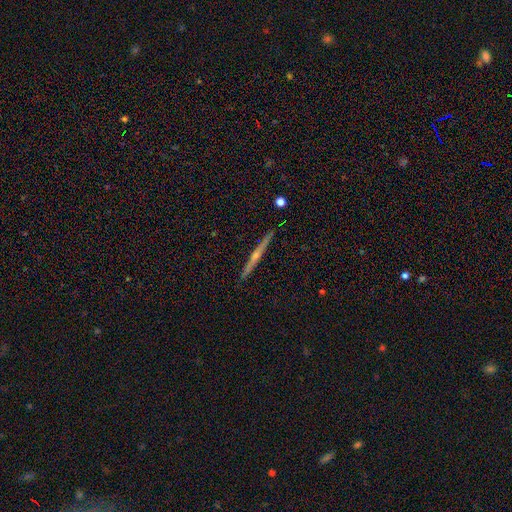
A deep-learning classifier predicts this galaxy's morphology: Q: Smooth or featured?
A: featured or disk (77%); runner-up: smooth (17%)
Q: Edge-on disk?
A: yes (98%); runner-up: no (2%)
Q: Edge-on bulge?
A: rounded (78%); runner-up: none (18%)
Q: Merging?
A: none (92%); runner-up: minor disturbance (6%)